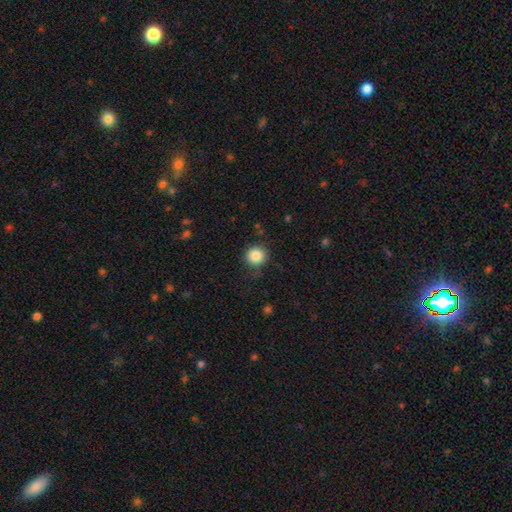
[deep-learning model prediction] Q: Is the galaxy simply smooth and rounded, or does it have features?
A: smooth — 86%.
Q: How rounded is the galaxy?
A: round — 91%.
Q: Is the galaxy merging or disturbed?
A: none — 81%.